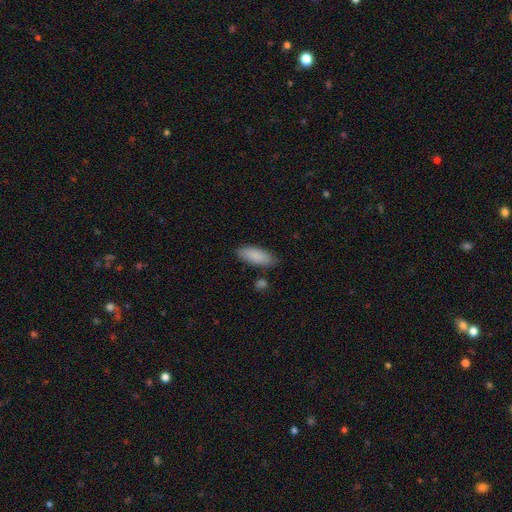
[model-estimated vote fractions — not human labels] Smooth or featured: smooth — 87% (featured or disk — 7%)
How rounded: in between — 76% (cigar-shaped — 22%)
Merging: none — 81% (minor disturbance — 13%)